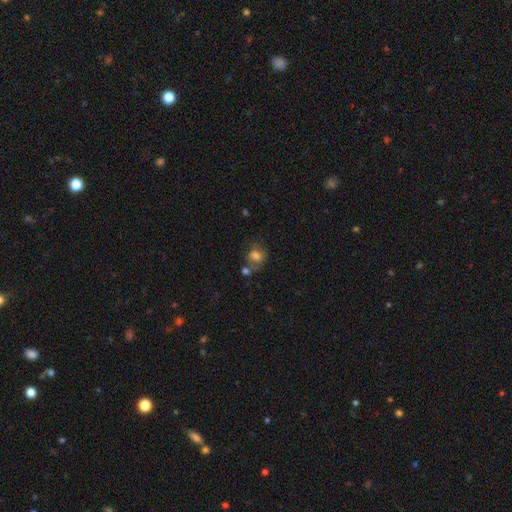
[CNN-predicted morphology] This is likely a smooth galaxy (69%). How rounded: likely round (60%). Merging: possibly none (48%).